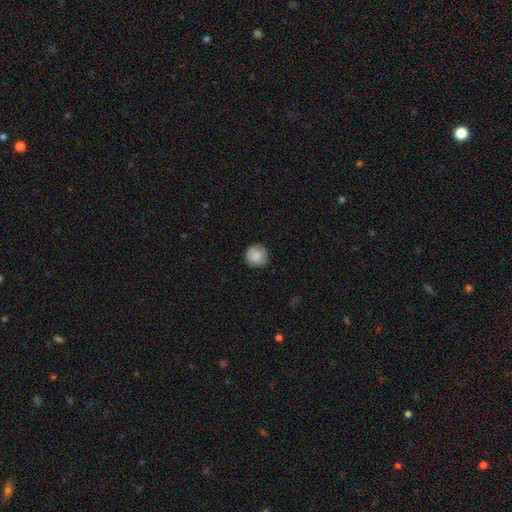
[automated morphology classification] This is clearly a smooth galaxy (84%). How rounded: clearly round (94%). Merging: clearly none (86%).